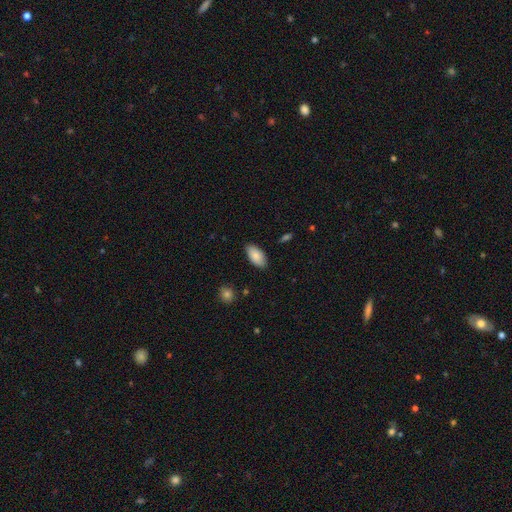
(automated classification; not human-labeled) smooth-or-featured: smooth: 85% | featured or disk: 8% | star or artifact: 6%
  how-rounded: in between: 95% | cigar-shaped: 3% | round: 2%
  merging: none: 84% | minor disturbance: 12% | major disturbance: 2% | merger: 1%